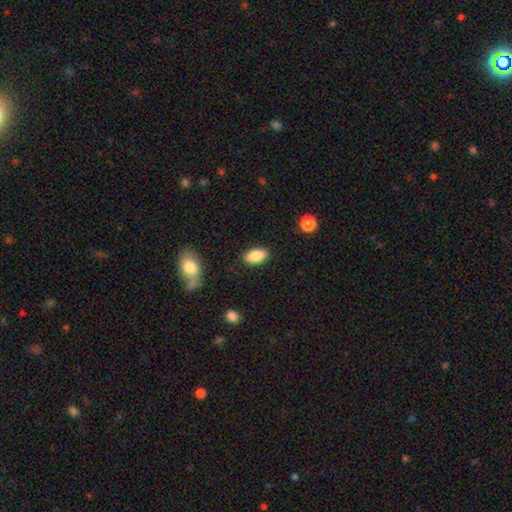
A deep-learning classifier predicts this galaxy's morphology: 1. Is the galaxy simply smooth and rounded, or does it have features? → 86% smooth, 7% star or artifact, 7% featured or disk.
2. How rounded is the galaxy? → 92% in between, 5% round, 4% cigar-shaped.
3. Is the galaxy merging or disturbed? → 87% none, 9% minor disturbance, 2% major disturbance, 2% merger.